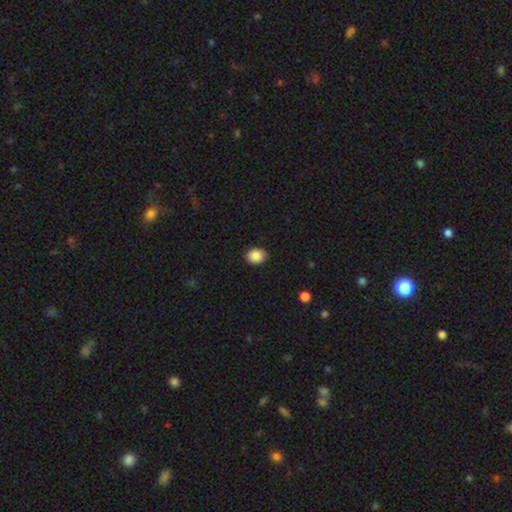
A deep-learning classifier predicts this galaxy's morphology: Smooth or featured: smooth — 88% (star or artifact — 8%)
How rounded: in between — 62% (round — 37%)
Merging: none — 88% (minor disturbance — 9%)